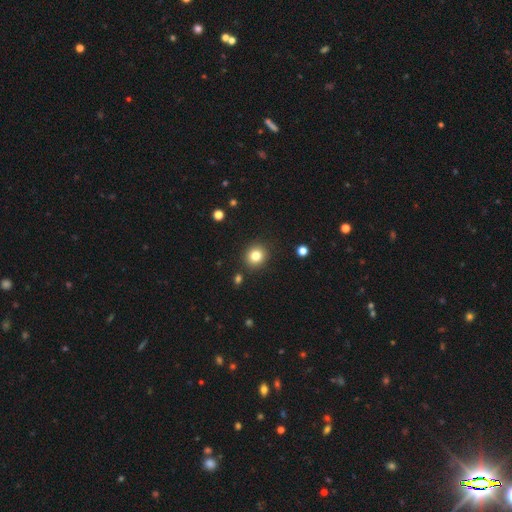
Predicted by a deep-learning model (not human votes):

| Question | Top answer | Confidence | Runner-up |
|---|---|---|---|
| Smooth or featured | smooth | 82% | star or artifact (11%) |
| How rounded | round | 83% | in between (16%) |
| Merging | none | 89% | minor disturbance (7%) |